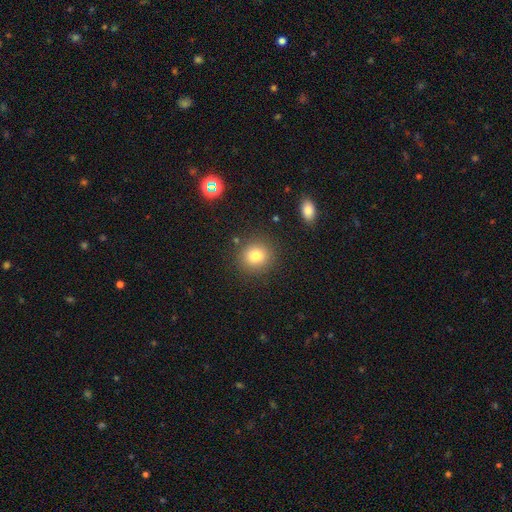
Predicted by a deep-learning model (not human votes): Morphology: type=smooth (78%); roundness=round (87%); merging=none (87%).